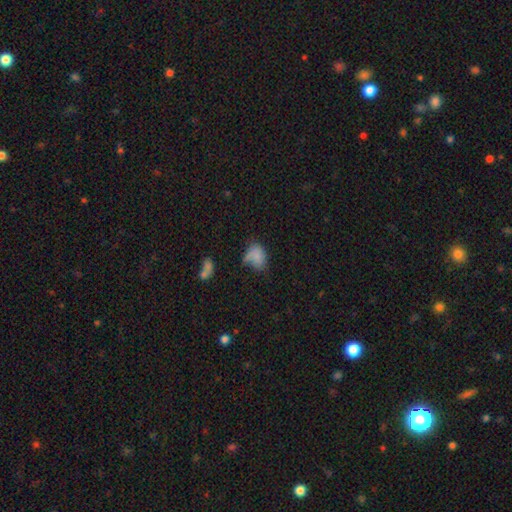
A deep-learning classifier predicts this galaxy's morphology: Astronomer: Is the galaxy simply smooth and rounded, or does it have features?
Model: smooth — 74%.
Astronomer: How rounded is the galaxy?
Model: in between — 76%.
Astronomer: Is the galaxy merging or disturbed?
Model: none — 38% (runner-up: minor disturbance, 31%).